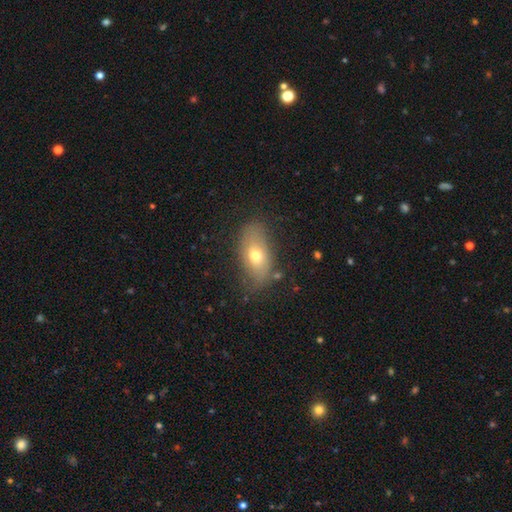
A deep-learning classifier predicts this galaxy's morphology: This appears to be a smooth galaxy with no disk features (61%) that is in between round and cigar-shaped (87%). Merging: none (73%).